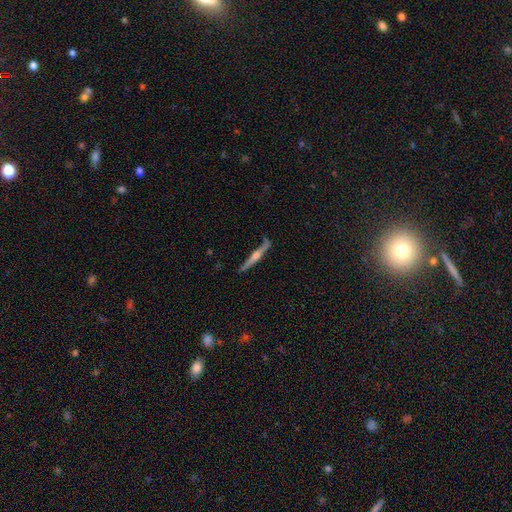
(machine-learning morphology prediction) Smooth or featured: featured or disk — 70% (smooth — 24%)
Edge-on disk: yes — 97% (no — 3%)
Edge-on bulge: rounded — 77% (boxy — 12%)
Merging: none — 81% (minor disturbance — 13%)